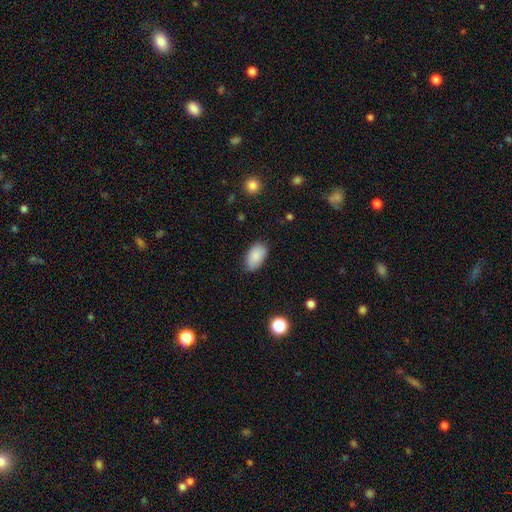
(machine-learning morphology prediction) Smooth or featured?
  - smooth: 87% *
  - star or artifact: 7%
  - featured or disk: 6%
How rounded?
  - in between: 94% *
  - round: 5%
  - cigar-shaped: 2%
Merging?
  - none: 79% *
  - minor disturbance: 17%
  - major disturbance: 3%
  - merger: 1%